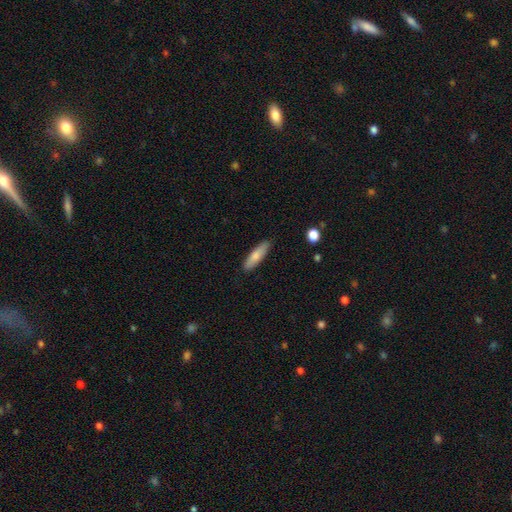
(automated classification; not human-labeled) The model was most divided on "how rounded": cigar-shaped: 66%, in between: 32%, round: 2%. More confident: merging — none (87%); smooth or featured — smooth (77%).